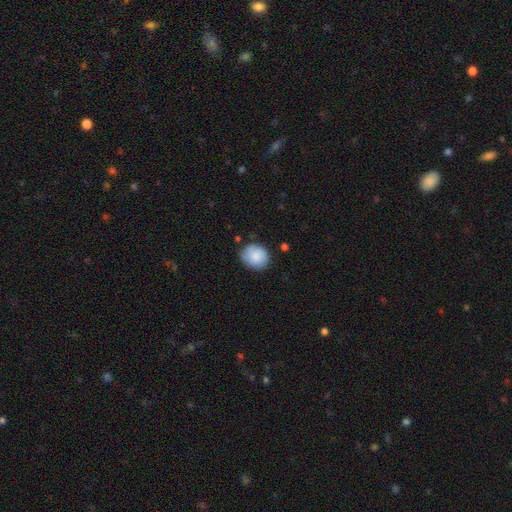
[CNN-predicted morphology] A smooth galaxy with no disk features (85%) that is round (70%).

Vote fractions:
- Smooth or featured? smooth: 85% / featured or disk: 8% / star or artifact: 7%
- How rounded? round: 70% / in between: 29% / cigar-shaped: 1%
- Merging? none: 73% / minor disturbance: 21% / major disturbance: 4% / merger: 3%